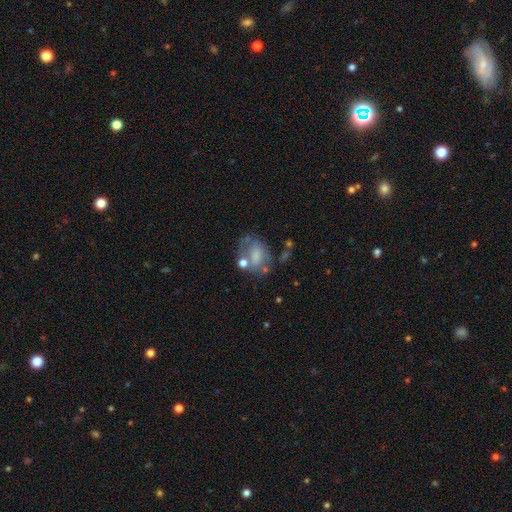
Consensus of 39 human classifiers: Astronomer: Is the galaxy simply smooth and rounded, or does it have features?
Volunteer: featured or disk — 51% (runner-up: smooth, 41%).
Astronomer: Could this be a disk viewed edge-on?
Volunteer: no — 90%.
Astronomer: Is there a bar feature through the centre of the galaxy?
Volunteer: no — 83%.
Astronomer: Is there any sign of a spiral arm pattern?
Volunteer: no — 61% (runner-up: yes, 39%).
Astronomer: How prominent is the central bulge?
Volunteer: moderate — 33% (runner-up: none, 28%).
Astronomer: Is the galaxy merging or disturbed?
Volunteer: none — 36% (runner-up: minor disturbance, 33%).